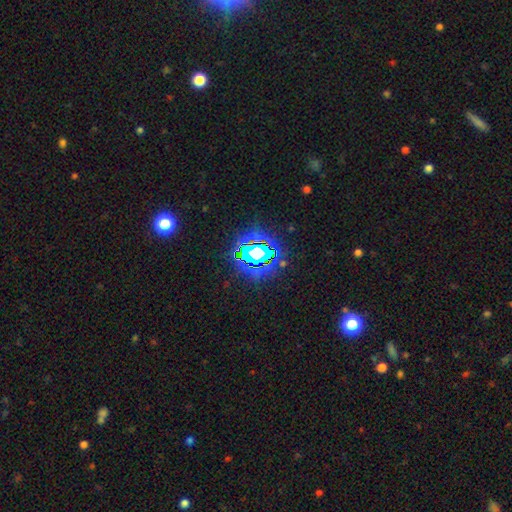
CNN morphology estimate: star or artifact 74%, smooth 15%, featured or disk 11%.